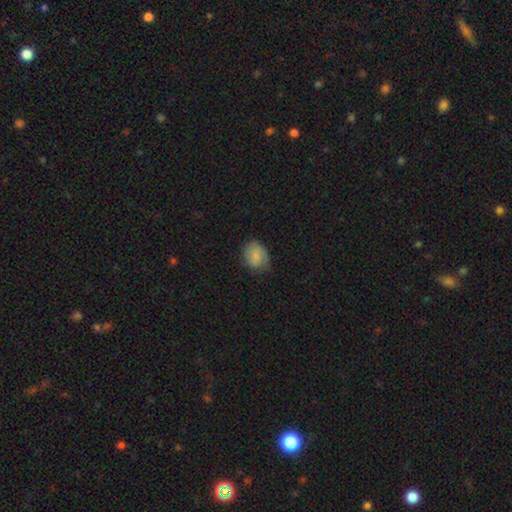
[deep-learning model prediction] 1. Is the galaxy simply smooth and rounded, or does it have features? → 72% smooth, 20% featured or disk, 8% star or artifact.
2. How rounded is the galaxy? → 55% in between, 44% round, 1% cigar-shaped.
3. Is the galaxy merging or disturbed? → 65% none, 27% minor disturbance, 8% major disturbance, 1% merger.